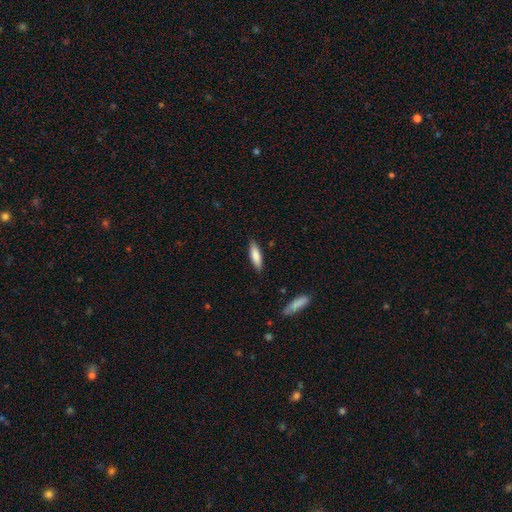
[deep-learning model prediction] Smooth or featured? smooth (80%)
How rounded? cigar-shaped (65%)
Merging? none (87%)